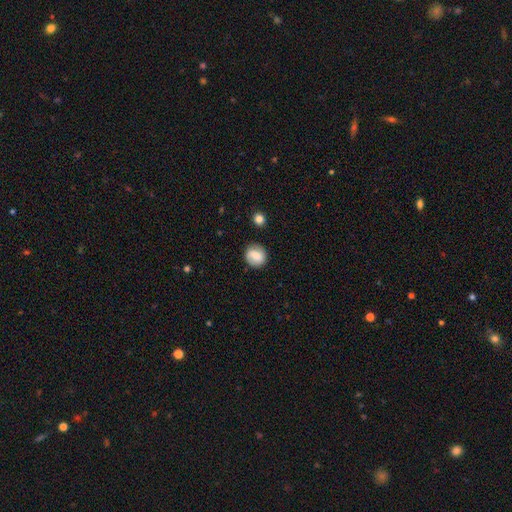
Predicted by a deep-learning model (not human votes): Morphology: type=smooth (69%); roundness=round (86%); merging=none (85%).